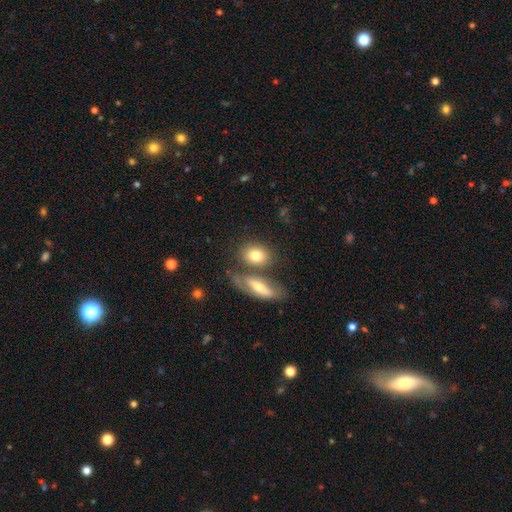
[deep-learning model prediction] Overall: smooth (75%). How rounded: in between (60%; round 35%). Merging: none (54%; merger 30%).